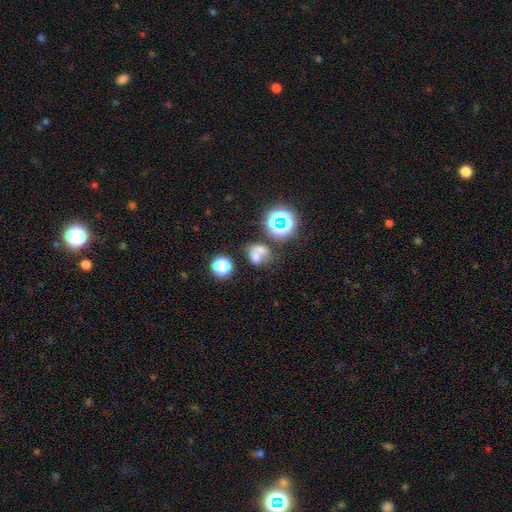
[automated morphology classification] A smooth galaxy with no disk features (55%) that is round (56%).

Vote fractions:
- Smooth or featured? smooth: 55% / star or artifact: 24% / featured or disk: 21%
- How rounded? round: 56% / in between: 43% / cigar-shaped: 1%
- Merging? merger: 49% / none: 31% / minor disturbance: 11% / major disturbance: 9%